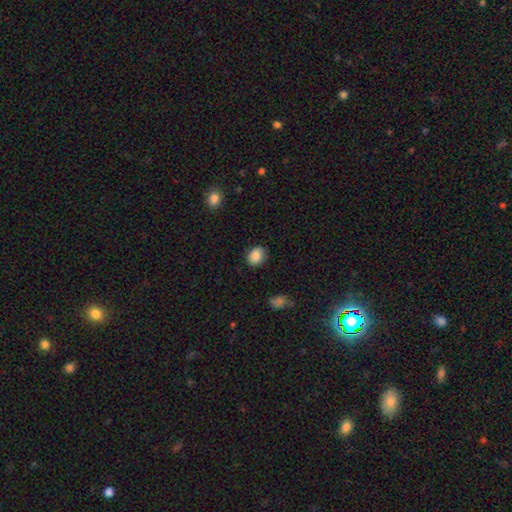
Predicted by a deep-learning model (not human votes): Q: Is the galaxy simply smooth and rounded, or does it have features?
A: smooth — 86%.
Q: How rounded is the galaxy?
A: round — 65%.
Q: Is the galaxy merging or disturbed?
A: none — 82%.